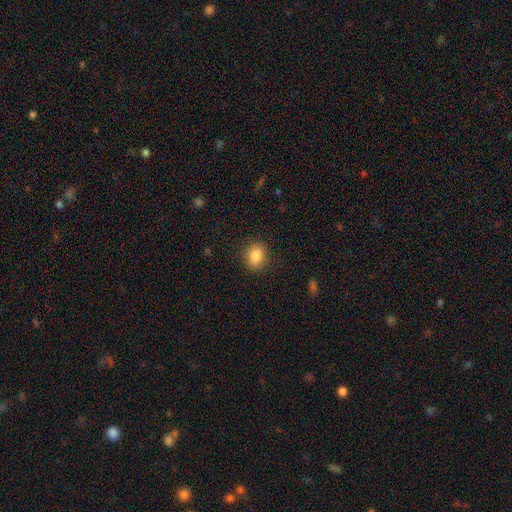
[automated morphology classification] Q: Smooth or featured?
A: smooth (86%); runner-up: star or artifact (9%)
Q: How rounded?
A: in between (57%); runner-up: round (42%)
Q: Merging?
A: none (87%); runner-up: minor disturbance (9%)